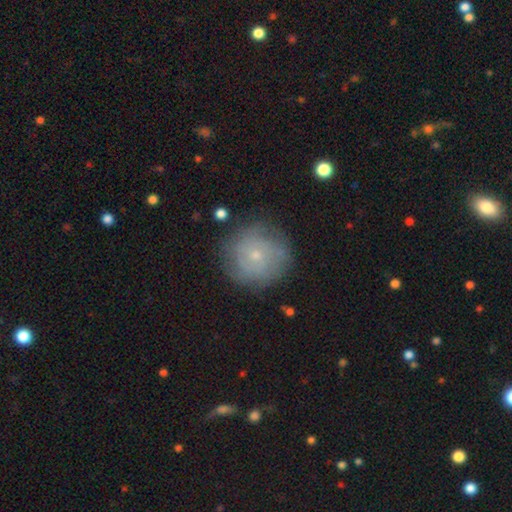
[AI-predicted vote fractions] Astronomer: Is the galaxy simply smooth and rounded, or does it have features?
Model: featured or disk — 52% (runner-up: smooth, 39%).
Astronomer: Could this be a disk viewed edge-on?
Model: no — 97%.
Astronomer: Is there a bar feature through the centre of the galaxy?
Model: no — 84%.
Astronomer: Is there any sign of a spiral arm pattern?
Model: yes — 73%.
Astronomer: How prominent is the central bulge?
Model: small — 71%.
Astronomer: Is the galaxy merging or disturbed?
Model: none — 78%.